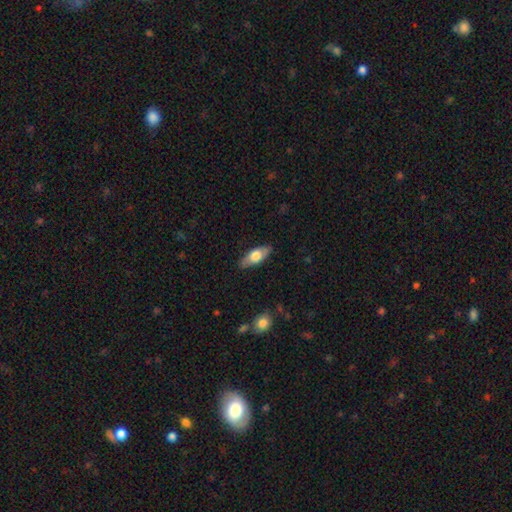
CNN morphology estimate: The model was most divided on "smooth or featured": smooth: 63%, featured or disk: 31%, star or artifact: 6%. More confident: merging — none (84%); how rounded — in between (76%).